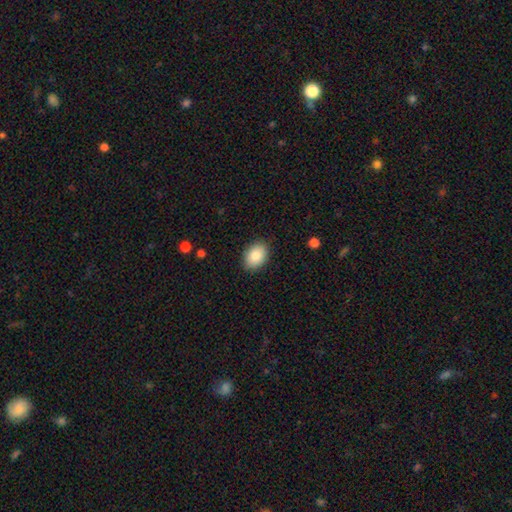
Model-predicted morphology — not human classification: This appears to be a smooth galaxy with no disk features (87%) that is in between round and cigar-shaped (80%). Merging: none (87%).